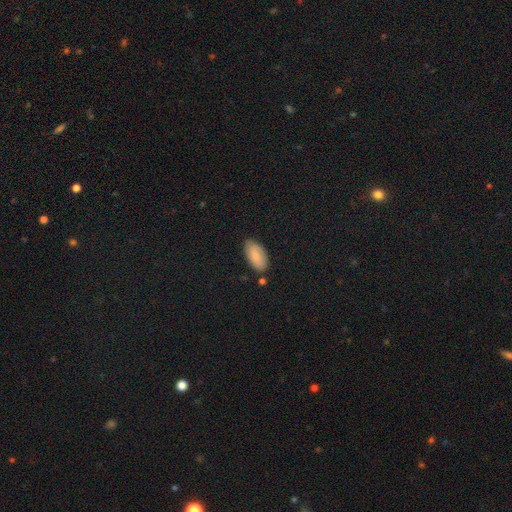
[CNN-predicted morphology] Smooth or featured?
  - smooth: 79% *
  - featured or disk: 14%
  - star or artifact: 7%
How rounded?
  - in between: 93% *
  - cigar-shaped: 5%
  - round: 2%
Merging?
  - none: 78% *
  - minor disturbance: 16%
  - merger: 3%
  - major disturbance: 3%